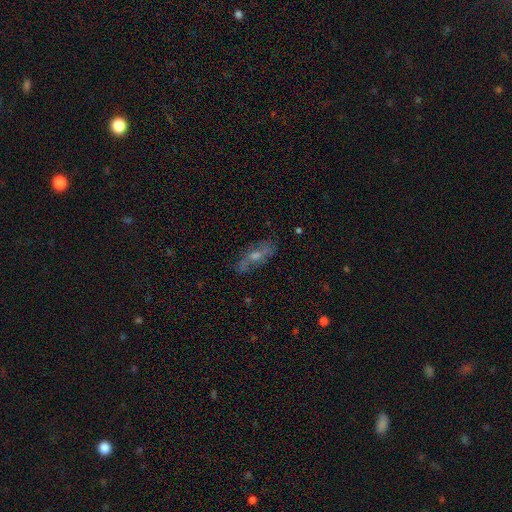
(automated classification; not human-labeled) Q: Smooth or featured?
A: featured or disk (58%); runner-up: smooth (31%)
Q: Edge-on disk?
A: no (76%); runner-up: yes (24%)
Q: Merging?
A: none (72%); runner-up: minor disturbance (19%)